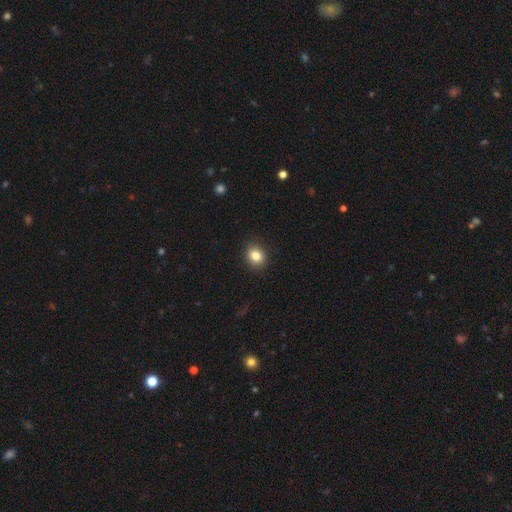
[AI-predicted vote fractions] Q: Smooth or featured?
A: smooth (84%); runner-up: star or artifact (10%)
Q: How rounded?
A: round (70%); runner-up: in between (29%)
Q: Merging?
A: none (89%); runner-up: minor disturbance (8%)